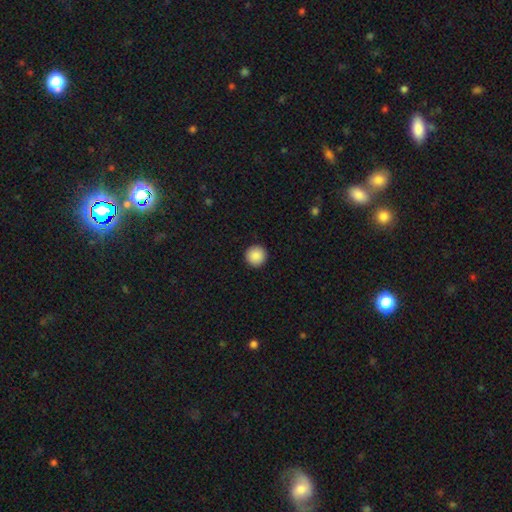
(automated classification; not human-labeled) smooth-or-featured: smooth: 89% | star or artifact: 8% | featured or disk: 3%
  how-rounded: round: 96% | in between: 3% | cigar-shaped: 1%
  merging: none: 93% | minor disturbance: 4% | major disturbance: 1% | merger: 1%